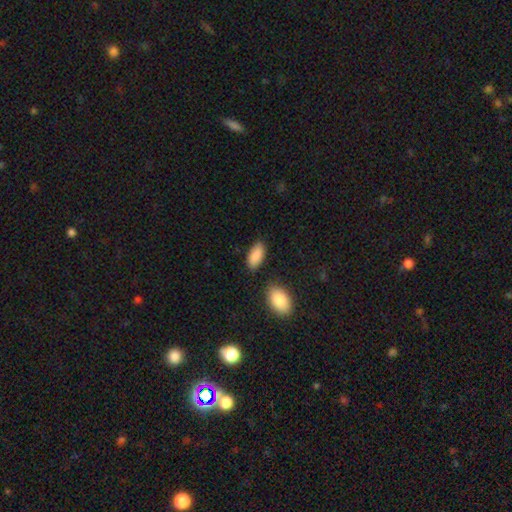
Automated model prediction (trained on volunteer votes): Smooth or featured?
  - smooth: 89% *
  - star or artifact: 6%
  - featured or disk: 5%
How rounded?
  - in between: 92% *
  - cigar-shaped: 6%
  - round: 2%
Merging?
  - none: 81% *
  - minor disturbance: 12%
  - merger: 5%
  - major disturbance: 3%